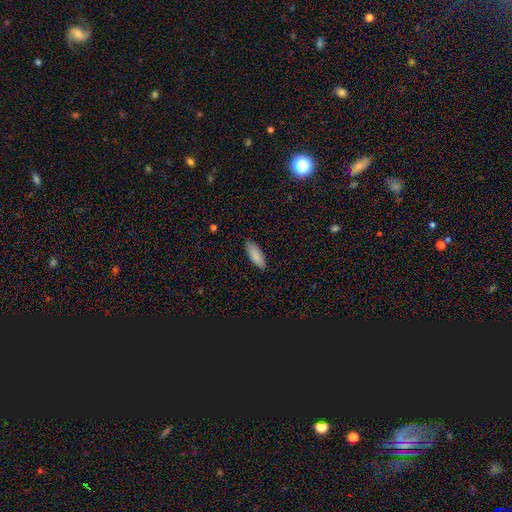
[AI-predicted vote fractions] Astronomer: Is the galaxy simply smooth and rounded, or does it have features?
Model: smooth — 87%.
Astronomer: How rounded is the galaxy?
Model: in between — 71%.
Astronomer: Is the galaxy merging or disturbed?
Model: none — 84%.